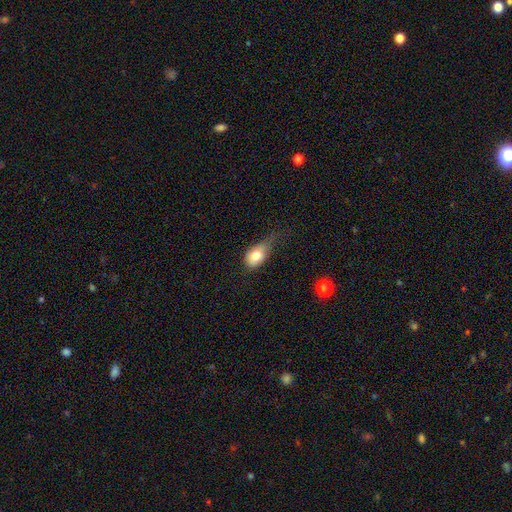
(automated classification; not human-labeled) smooth_or_featured: smooth (p=0.78) [alt: featured or disk p=0.14]
how_rounded: in between (p=0.76) [alt: round p=0.21]
merging: minor disturbance (p=0.45) [alt: major disturbance p=0.28]